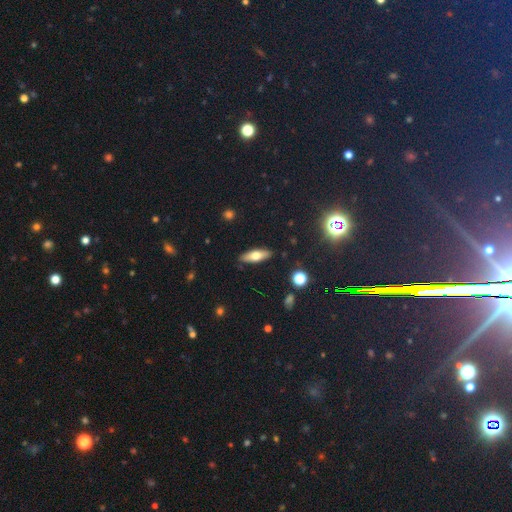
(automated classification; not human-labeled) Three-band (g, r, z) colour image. It shows a smooth galaxy with no disk features (60%) that is in between round and cigar-shaped (51%). Merging: none (88%).